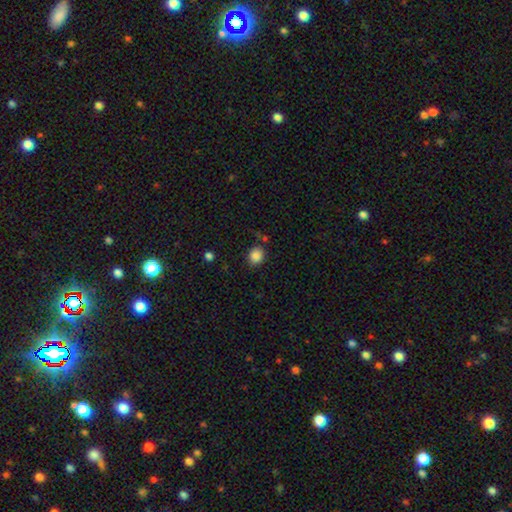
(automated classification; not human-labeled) This appears to be a smooth galaxy with no disk features (86%) that is round (73%). Merging: none (82%).